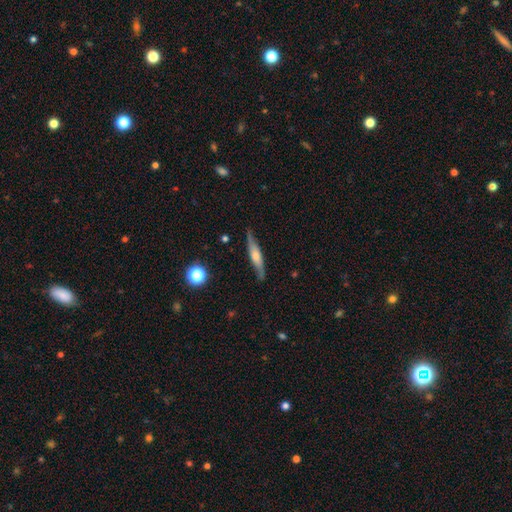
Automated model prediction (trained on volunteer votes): This appears to be a featured or disk galaxy (52%) viewed edge-on (84%). Merging: none (80%).